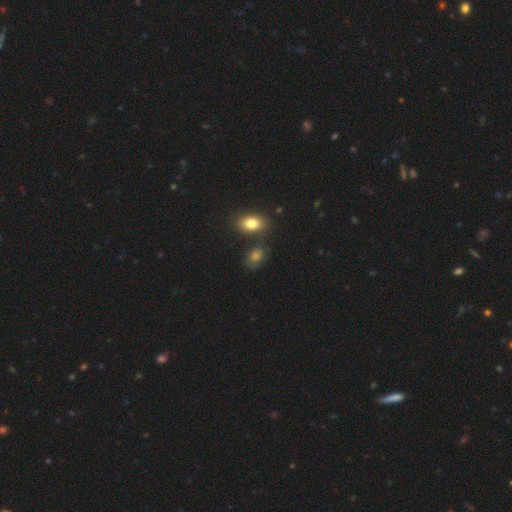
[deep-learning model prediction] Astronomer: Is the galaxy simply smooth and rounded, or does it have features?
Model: smooth — 75%.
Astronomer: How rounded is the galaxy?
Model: in between — 78%.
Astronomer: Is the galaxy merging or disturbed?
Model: none — 71%.